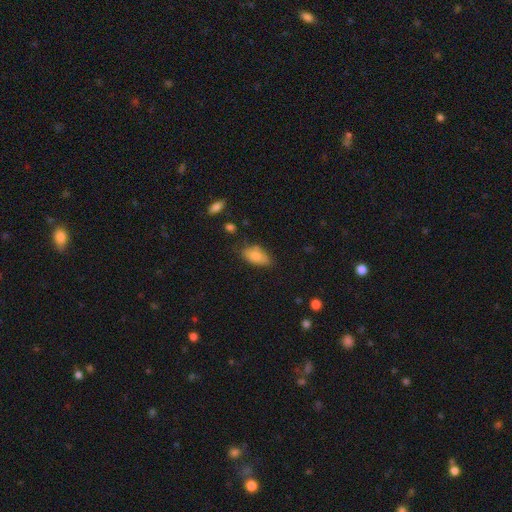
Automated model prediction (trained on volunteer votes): smooth 79%, featured or disk 14%, star or artifact 7%. Down the decision tree: how rounded — in between (92%); merging — none (64%).